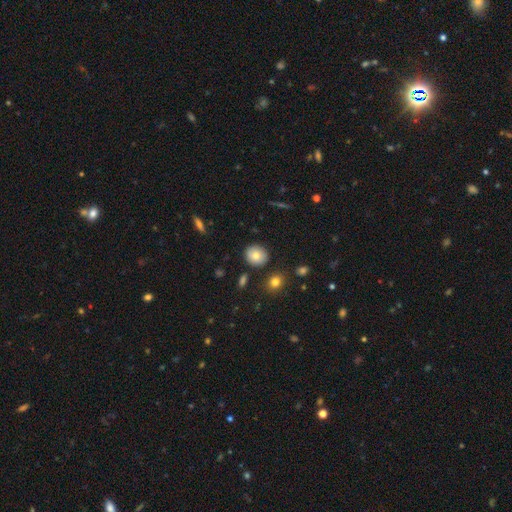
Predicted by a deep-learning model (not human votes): Smooth or featured: smooth — 79% (featured or disk — 12%)
How rounded: round — 84% (in between — 15%)
Merging: none — 87% (minor disturbance — 8%)